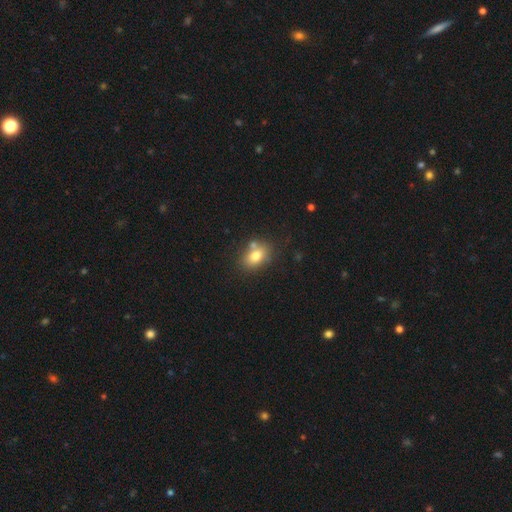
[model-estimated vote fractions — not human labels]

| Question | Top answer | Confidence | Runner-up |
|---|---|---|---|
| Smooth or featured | smooth | 76% | featured or disk (14%) |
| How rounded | in between | 73% | round (25%) |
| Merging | none | 63% | merger (18%) |